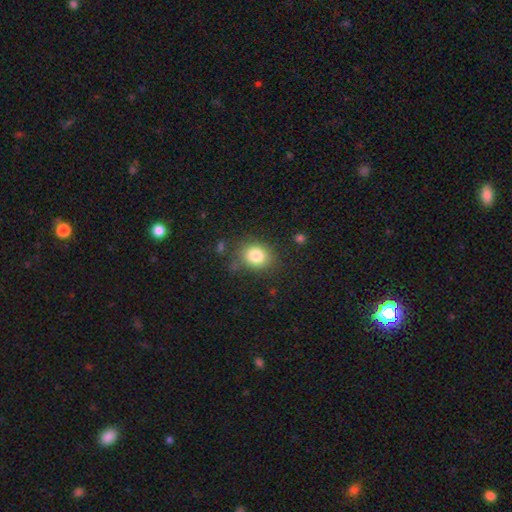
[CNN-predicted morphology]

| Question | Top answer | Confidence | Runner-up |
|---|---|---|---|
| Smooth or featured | smooth | 82% | star or artifact (11%) |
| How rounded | round | 67% | in between (32%) |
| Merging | none | 77% | minor disturbance (15%) |